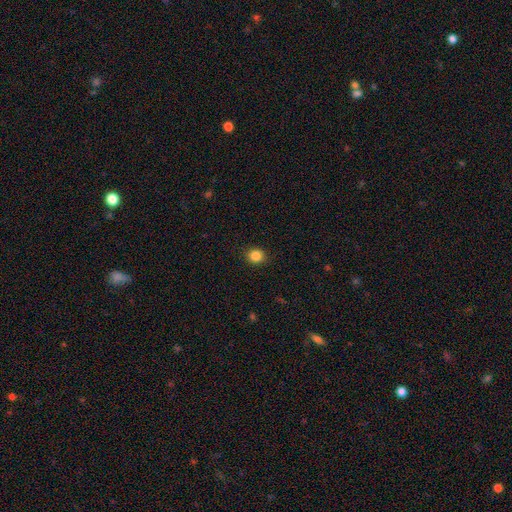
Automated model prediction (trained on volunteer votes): A smooth galaxy with no disk features (85%) that is round (80%). Merging: none (91%).